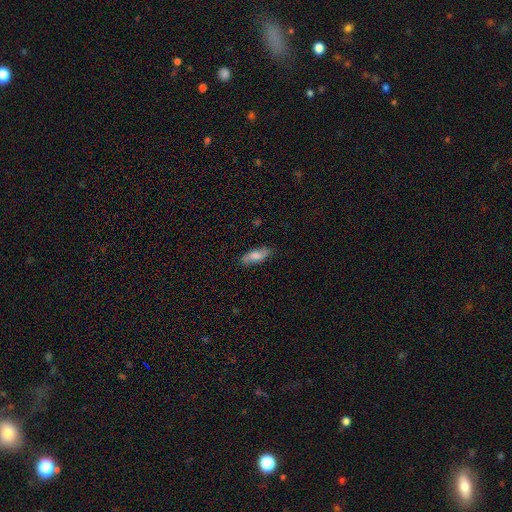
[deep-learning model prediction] A smooth galaxy with no disk features (70%) that is in between round and cigar-shaped (68%). Merging: none (81%).